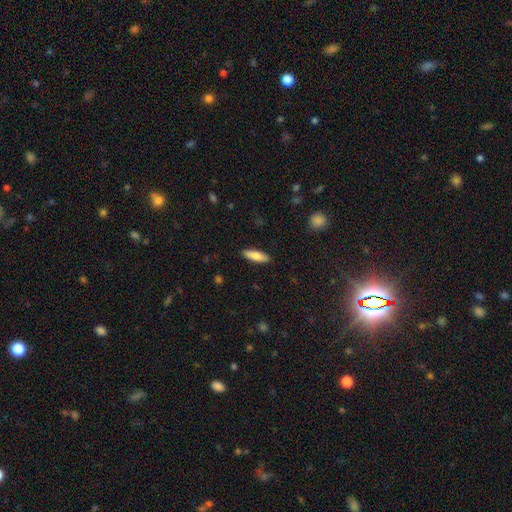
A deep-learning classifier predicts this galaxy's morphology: Smooth or featured?
  - smooth: 78% *
  - featured or disk: 16%
  - star or artifact: 6%
How rounded?
  - cigar-shaped: 52% *
  - in between: 46%
  - round: 2%
Merging?
  - none: 90% *
  - minor disturbance: 7%
  - major disturbance: 2%
  - merger: 1%